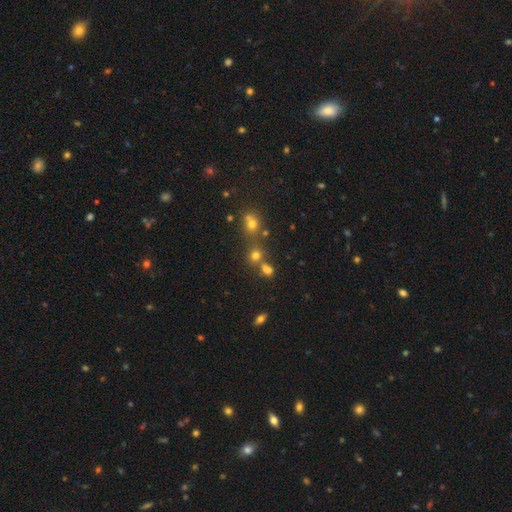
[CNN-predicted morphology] Q: Smooth or featured?
A: smooth (68%); runner-up: star or artifact (22%)
Q: How rounded?
A: round (75%); runner-up: in between (24%)
Q: Merging?
A: none (53%); runner-up: merger (33%)